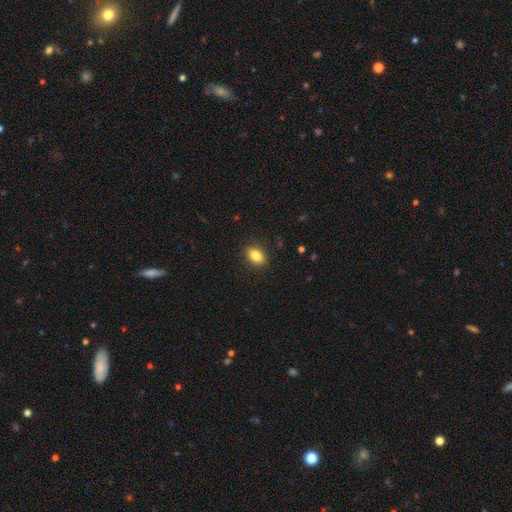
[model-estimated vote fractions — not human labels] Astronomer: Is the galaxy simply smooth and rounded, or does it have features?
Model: smooth — 85%.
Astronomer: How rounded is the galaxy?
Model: in between — 83%.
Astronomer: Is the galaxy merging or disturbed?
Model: none — 89%.